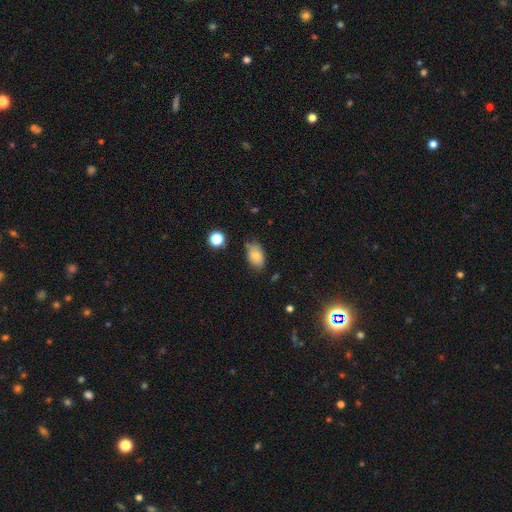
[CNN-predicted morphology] This appears to be a smooth galaxy with no disk features (77%) that is in between round and cigar-shaped (89%). Merging: none (72%).